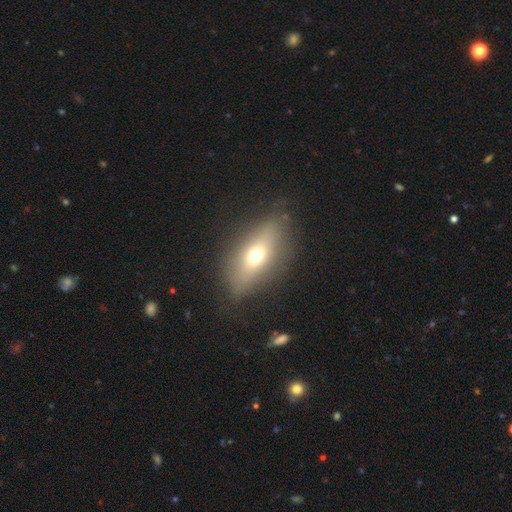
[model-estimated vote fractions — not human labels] Smooth or featured?
  - smooth: 57% *
  - featured or disk: 33%
  - star or artifact: 10%
How rounded?
  - in between: 72% *
  - cigar-shaped: 19%
  - round: 9%
Merging?
  - none: 79% *
  - minor disturbance: 14%
  - major disturbance: 6%
  - merger: 2%